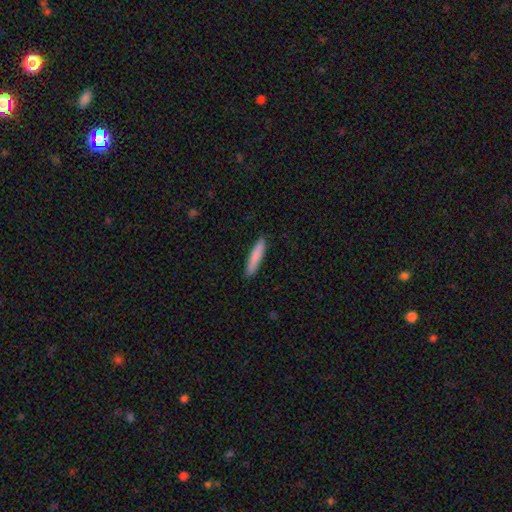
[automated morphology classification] Overall: smooth (85%). How rounded: cigar-shaped (89%). Merging: none (90%).